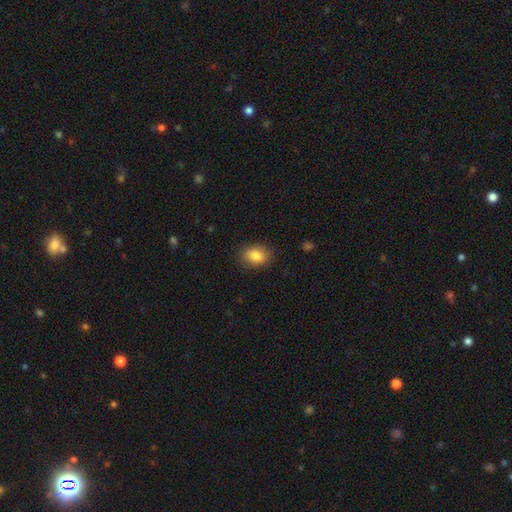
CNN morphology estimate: Overall: smooth (85%). How rounded: in between (70%). Merging: none (84%).